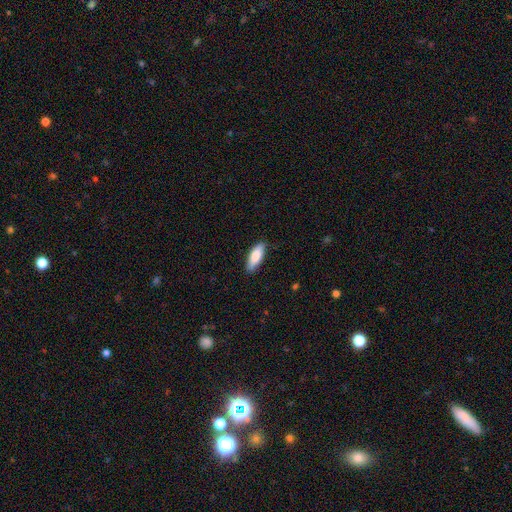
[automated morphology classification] Q: Smooth or featured?
A: smooth (83%); runner-up: featured or disk (12%)
Q: How rounded?
A: in between (70%); runner-up: cigar-shaped (28%)
Q: Merging?
A: none (83%); runner-up: minor disturbance (13%)